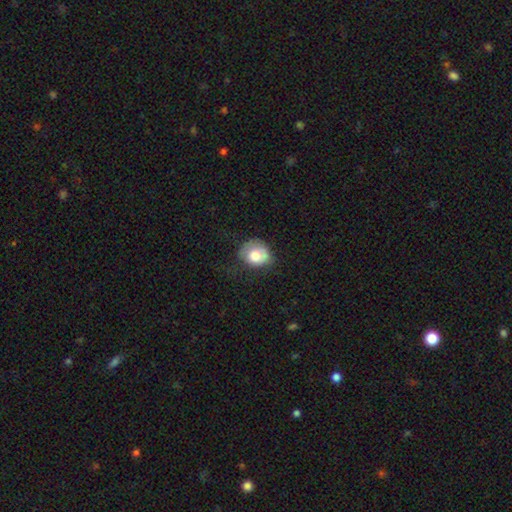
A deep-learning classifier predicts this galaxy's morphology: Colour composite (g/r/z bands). It shows a smooth galaxy with no disk features (75%) that is round (66%). Merging: none (47%).